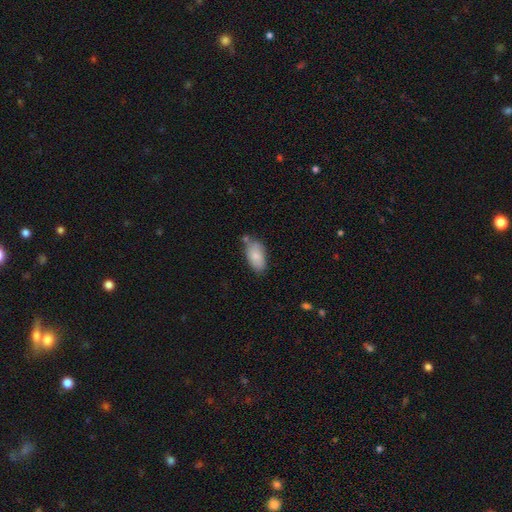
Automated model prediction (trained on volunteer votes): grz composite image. It shows a smooth galaxy with no disk features (83%) that is in between round and cigar-shaped (93%). Merging: none (65%).